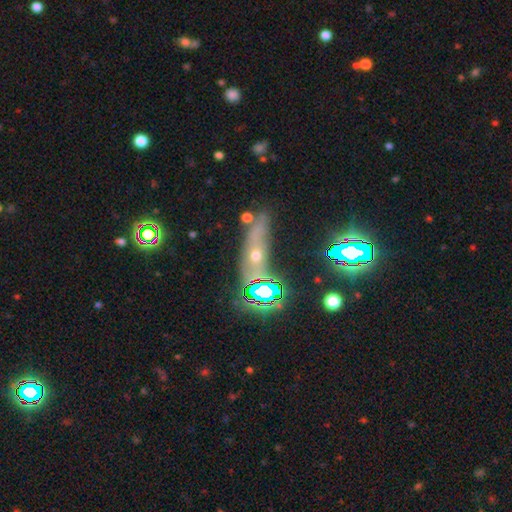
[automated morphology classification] A featured or disk galaxy (34%). Merging: none (63%).